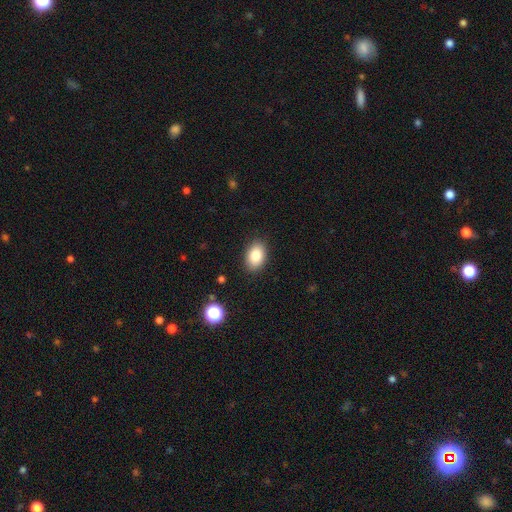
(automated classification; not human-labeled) This is clearly a smooth galaxy (85%). How rounded: clearly in between (86%). Merging: clearly none (88%).